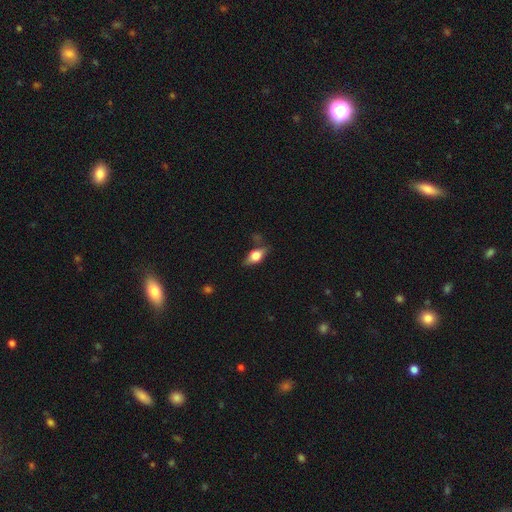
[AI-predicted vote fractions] This is possibly a smooth galaxy (58%). How rounded: likely in between (79%). Merging: likely none (68%).